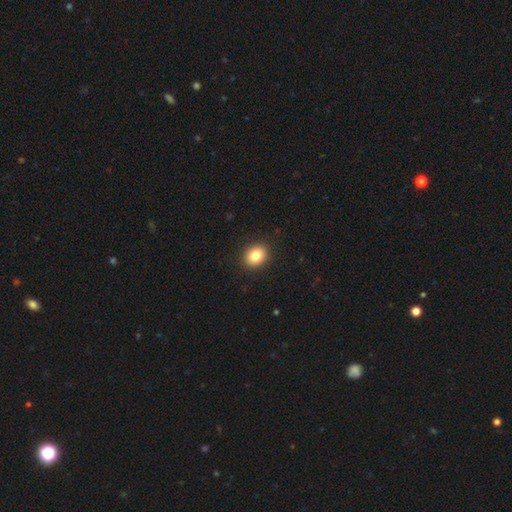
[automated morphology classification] smooth_or_featured: smooth (p=0.83) [alt: star or artifact p=0.10]
how_rounded: round (p=0.64) [alt: in between p=0.35]
merging: none (p=0.91) [alt: minor disturbance p=0.06]